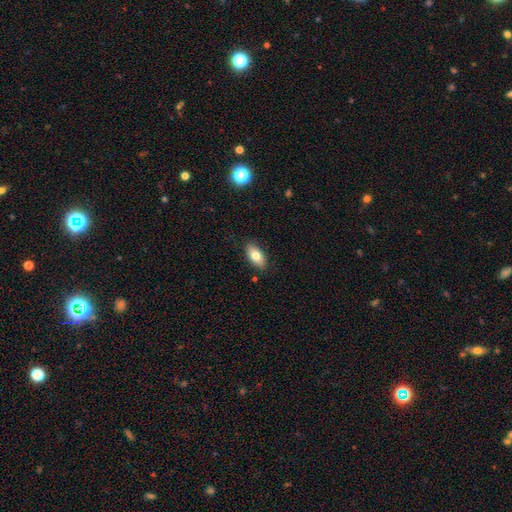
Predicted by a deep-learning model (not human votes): Smooth or featured? smooth (79%)
How rounded? in between (90%)
Merging? none (86%)